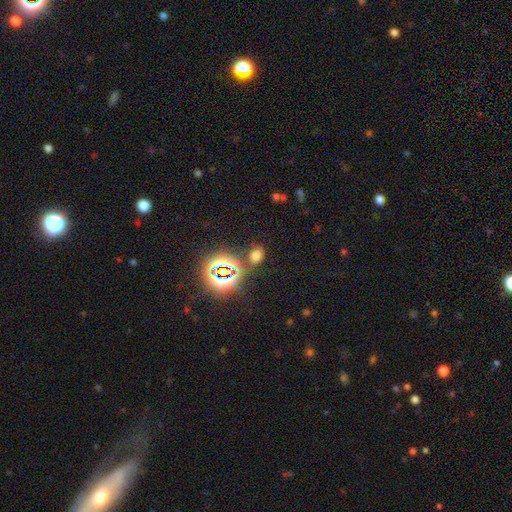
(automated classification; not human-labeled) Morphology: type=smooth (57%); roundness=in between (63%); merging=none (73%).